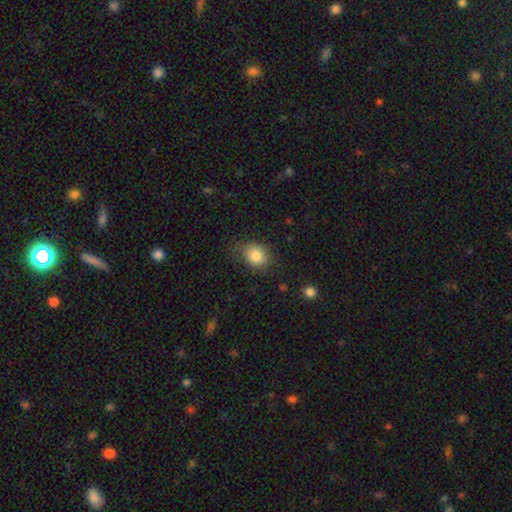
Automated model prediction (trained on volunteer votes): Smooth or featured? Predicted: smooth (p=0.84). How rounded? Predicted: round (p=0.51). Merging? Predicted: none (p=0.70).